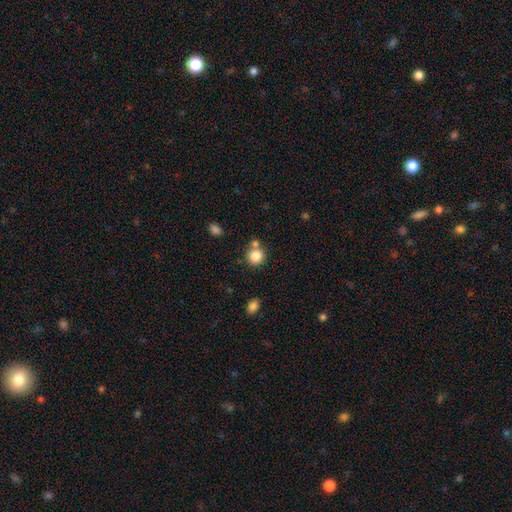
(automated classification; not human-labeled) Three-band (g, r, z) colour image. It shows a smooth galaxy with no disk features (84%) that is round (89%). Merging: none (65%).